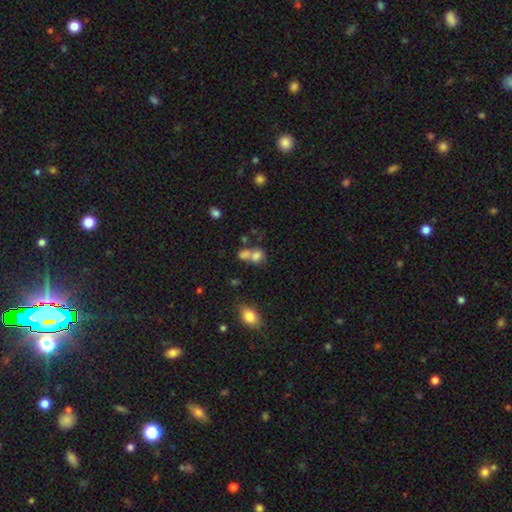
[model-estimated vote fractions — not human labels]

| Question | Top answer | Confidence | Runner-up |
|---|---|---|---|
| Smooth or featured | smooth | 74% | star or artifact (13%) |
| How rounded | in between | 52% | round (46%) |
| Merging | merger | 58% | none (28%) |